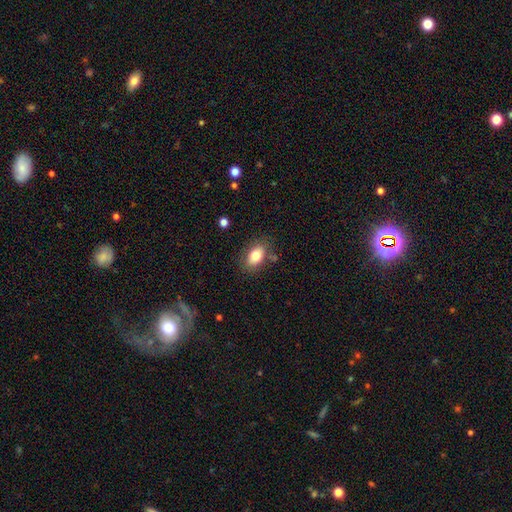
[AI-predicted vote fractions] Smooth or featured?
  - smooth: 80% *
  - featured or disk: 12%
  - star or artifact: 8%
How rounded?
  - in between: 88% *
  - round: 10%
  - cigar-shaped: 2%
Merging?
  - none: 79% *
  - minor disturbance: 13%
  - merger: 4%
  - major disturbance: 4%